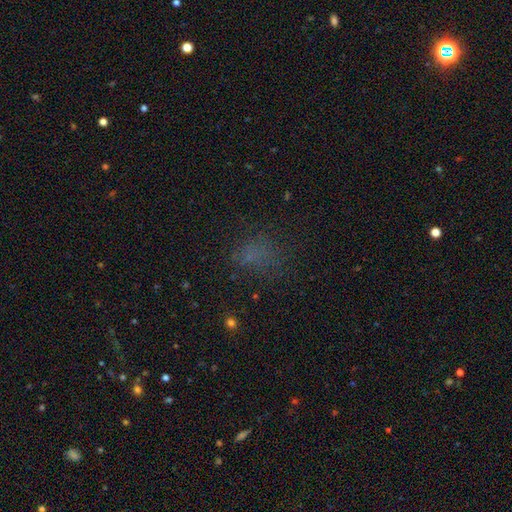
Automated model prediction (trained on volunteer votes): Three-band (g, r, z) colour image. It shows a smooth galaxy with no disk features (56%) that is in between round and cigar-shaped (51%). Merging: none (67%).